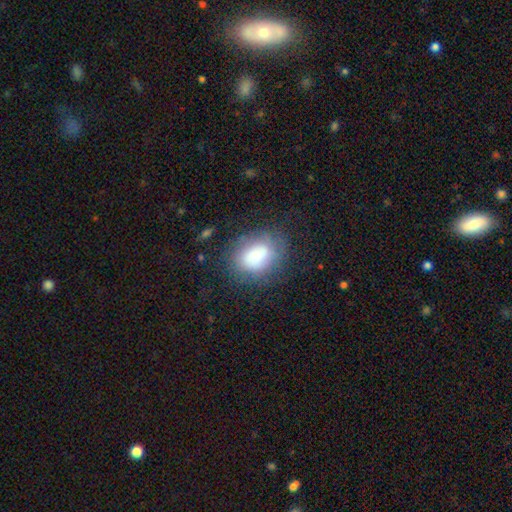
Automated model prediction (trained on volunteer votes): smooth-or-featured: smooth: 75% | featured or disk: 16% | star or artifact: 10%
  how-rounded: in between: 67% | round: 32% | cigar-shaped: 1%
  merging: none: 66% | minor disturbance: 21% | major disturbance: 10% | merger: 3%